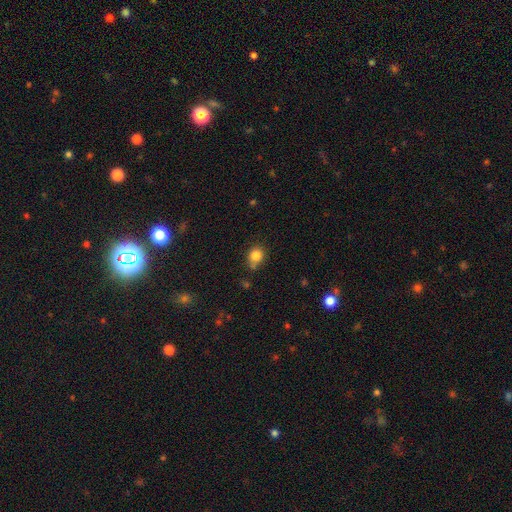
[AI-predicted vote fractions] This appears to be a smooth galaxy with no disk features (83%) that is round (72%). Merging: none (64%).